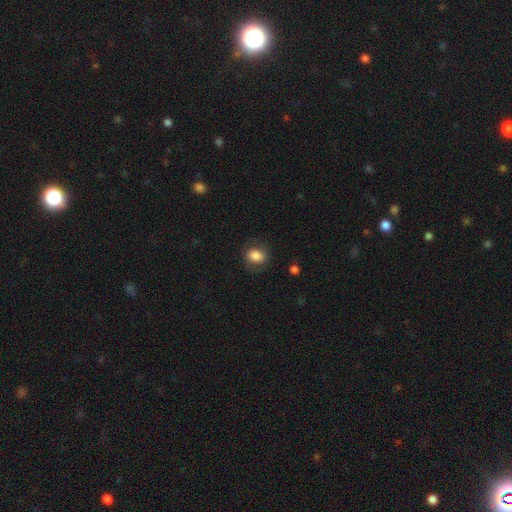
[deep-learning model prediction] Smooth or featured: smooth — 76% (featured or disk — 16%)
How rounded: round — 59% (in between — 40%)
Merging: none — 75% (minor disturbance — 16%)